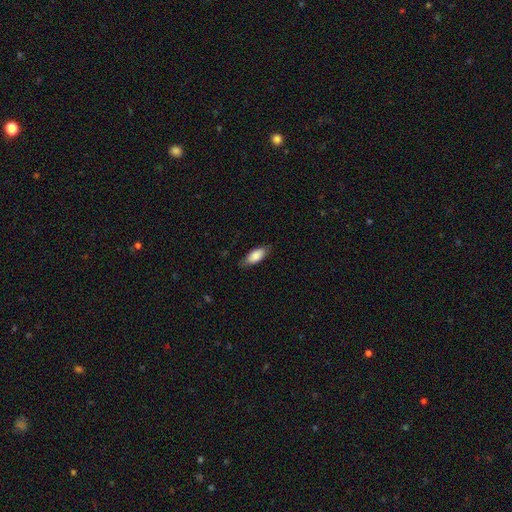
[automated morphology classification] type=smooth (84%); roundness=in between (87%); merging=none (78%).